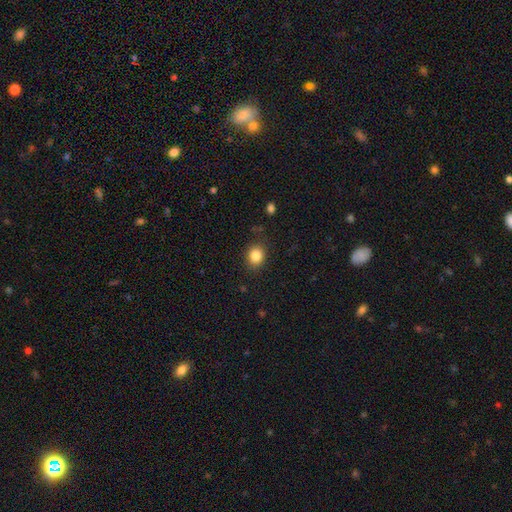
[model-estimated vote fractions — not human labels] This is clearly a smooth galaxy (85%). How rounded: likely round (69%). Merging: clearly none (85%).